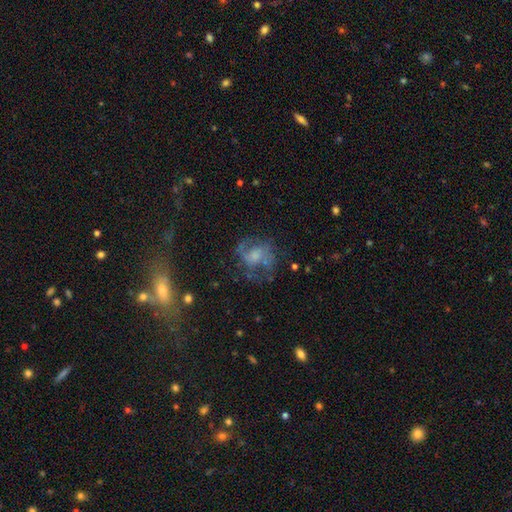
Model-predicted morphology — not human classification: Overall: featured or disk (58%; smooth 28%). Edge-on disk: no (97%). Bar: no (64%; weak 29%). Spiral arms: yes (72%). Bulge size: moderate (35%; small 31%). Merging: none (52%; major disturbance 25%).